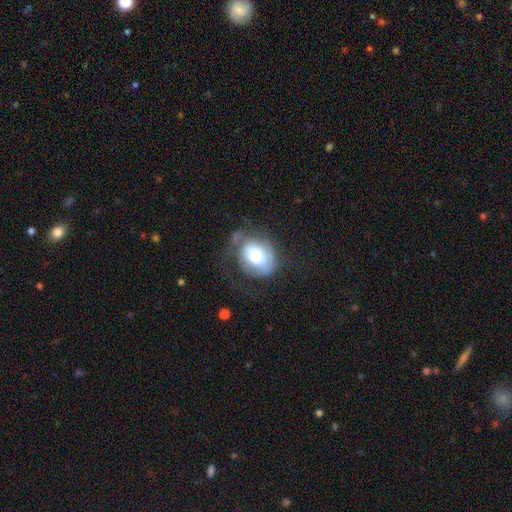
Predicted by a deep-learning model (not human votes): smooth 60%, featured or disk 32%, star or artifact 8%. Down the decision tree: how rounded — round (51%); merging — none (39%).